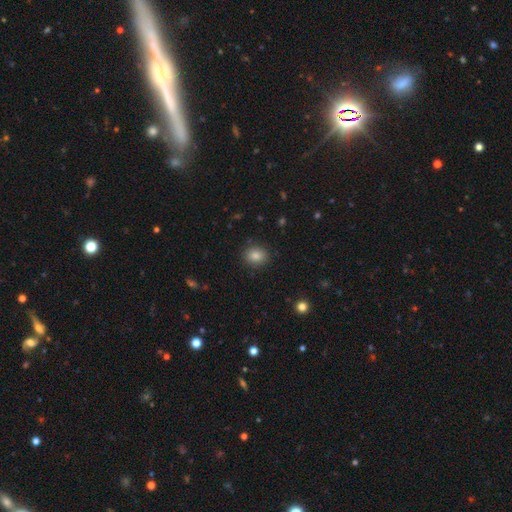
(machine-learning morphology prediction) smooth-or-featured: smooth: 86% | star or artifact: 10% | featured or disk: 5%
  how-rounded: round: 59% | in between: 40% | cigar-shaped: 1%
  merging: none: 88% | minor disturbance: 8% | major disturbance: 3% | merger: 1%